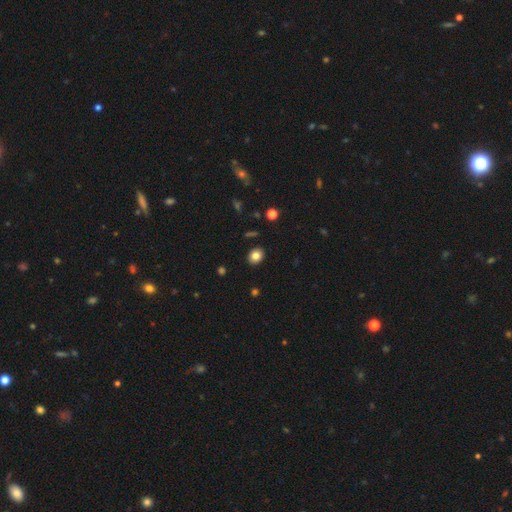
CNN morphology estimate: The model was most divided on "how rounded": round: 51%, in between: 48%, cigar-shaped: 1%. More confident: merging — none (89%); smooth or featured — smooth (82%).